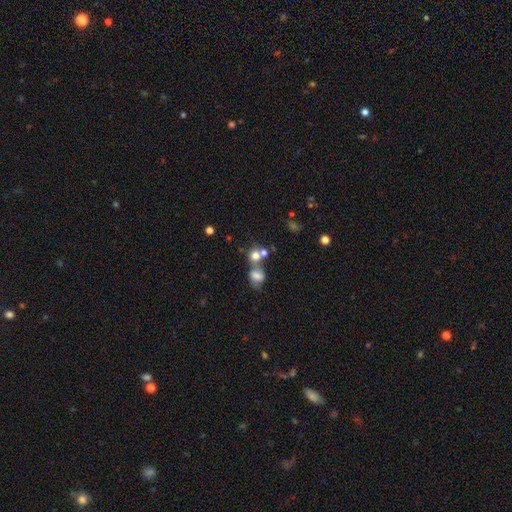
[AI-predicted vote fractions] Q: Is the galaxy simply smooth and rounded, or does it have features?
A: smooth — 70%.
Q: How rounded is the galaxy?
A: round — 72%.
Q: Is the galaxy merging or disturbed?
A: merger — 46%.